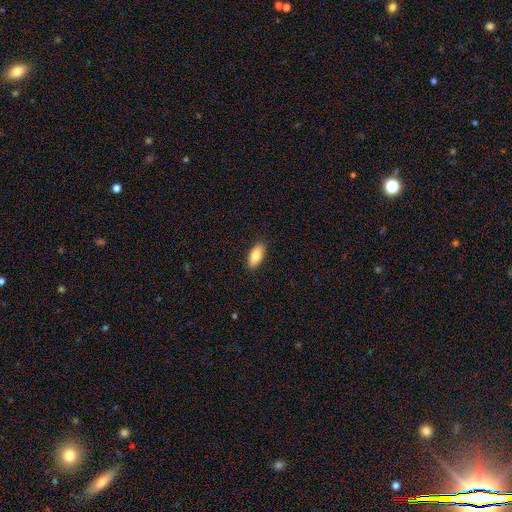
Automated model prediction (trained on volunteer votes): A smooth galaxy with no disk features (81%) that is in between round and cigar-shaped (89%). Merging: none (89%).